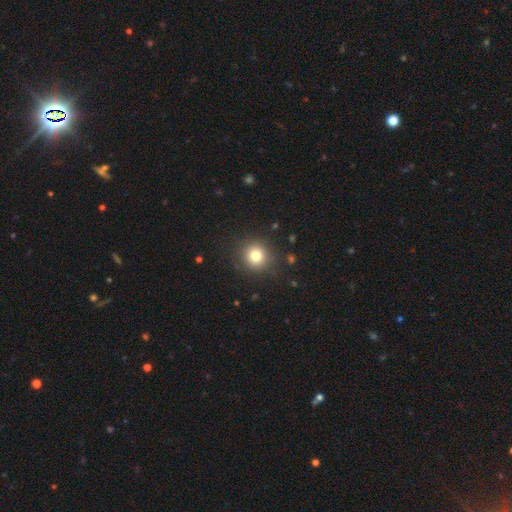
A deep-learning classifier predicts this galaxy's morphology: Smooth or featured? Predicted: smooth (p=0.78). How rounded? Predicted: round (p=0.92). Merging? Predicted: none (p=0.89).